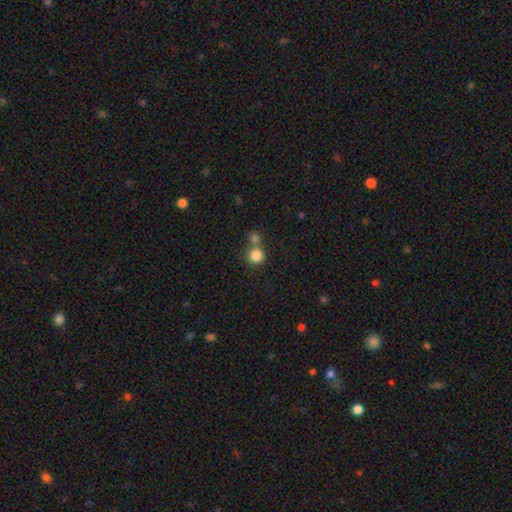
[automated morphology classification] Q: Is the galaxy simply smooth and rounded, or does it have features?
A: smooth — 84%.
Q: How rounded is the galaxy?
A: round — 89%.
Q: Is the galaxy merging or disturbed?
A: none — 56%.